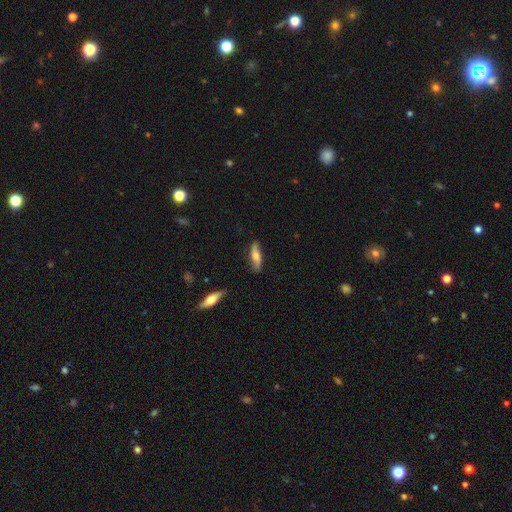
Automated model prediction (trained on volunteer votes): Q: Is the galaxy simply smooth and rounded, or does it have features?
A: featured or disk — 49%.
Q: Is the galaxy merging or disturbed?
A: none — 78%.